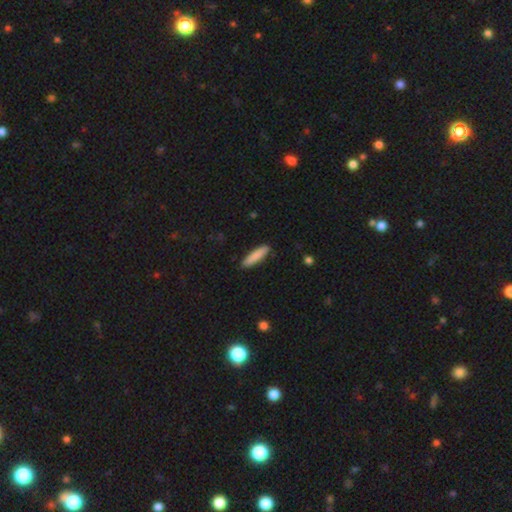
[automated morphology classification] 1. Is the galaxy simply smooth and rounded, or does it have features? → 85% smooth, 9% featured or disk, 6% star or artifact.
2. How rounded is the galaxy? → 81% cigar-shaped, 18% in between, 1% round.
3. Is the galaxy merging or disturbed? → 88% none, 9% minor disturbance, 2% major disturbance, 1% merger.